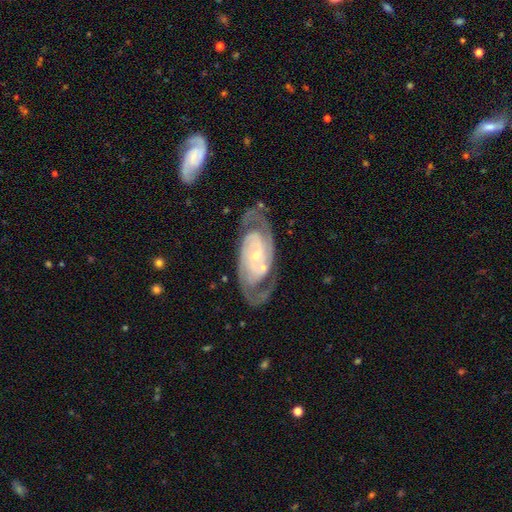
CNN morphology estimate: Overall: featured or disk (89%). Edge-on disk: no (95%). Bar: no (64%; weak 26%). Spiral arms: yes (97%). Spiral arm count: 2 (77%). Spiral winding: tight (62%; medium 31%). Bulge size: small (74%). Merging: none (67%).